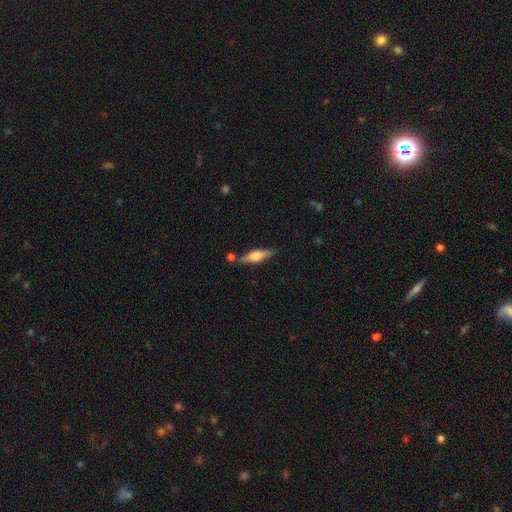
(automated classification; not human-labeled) A featured or disk galaxy (57%) viewed edge-on (94%) with a rounded central bulge (87%).

Vote fractions:
- Smooth or featured? featured or disk: 57% / smooth: 36% / star or artifact: 6%
- Edge-on disk? yes: 94% / no: 6%
- Edge-on bulge? rounded: 87% / boxy: 11% / none: 3%
- Merging? none: 74% / minor disturbance: 12% / merger: 10% / major disturbance: 3%